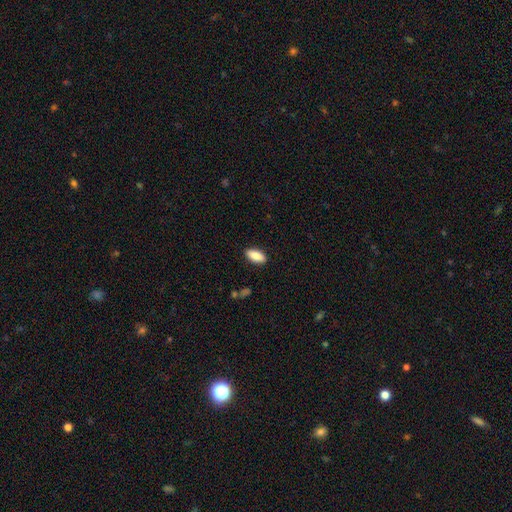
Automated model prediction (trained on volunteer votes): This is clearly a smooth galaxy (86%). How rounded: clearly in between (88%). Merging: clearly none (89%).